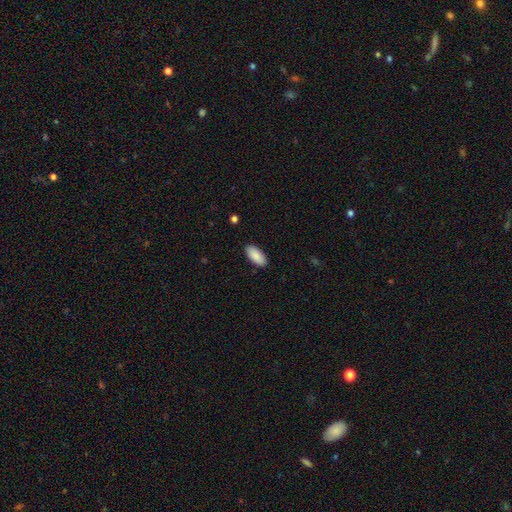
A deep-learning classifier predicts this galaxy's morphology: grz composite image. It shows a smooth galaxy with no disk features (90%) that is in between round and cigar-shaped (90%). Merging: none (89%).